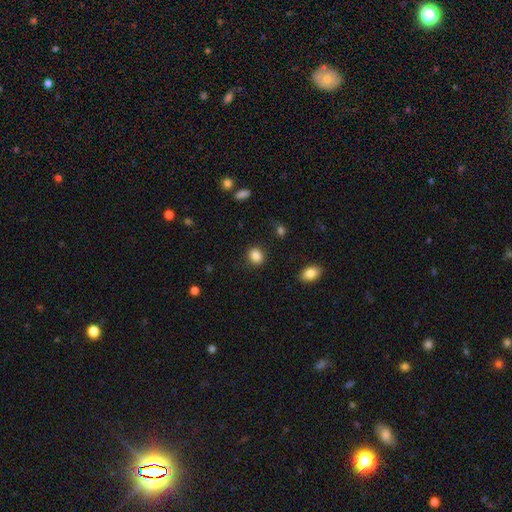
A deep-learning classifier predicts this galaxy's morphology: Q: Smooth or featured?
A: smooth (87%); runner-up: star or artifact (9%)
Q: How rounded?
A: round (63%); runner-up: in between (36%)
Q: Merging?
A: none (87%); runner-up: minor disturbance (8%)